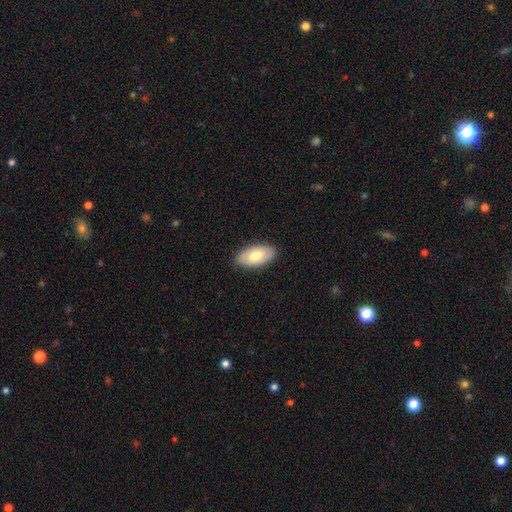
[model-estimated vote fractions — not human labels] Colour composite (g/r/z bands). It shows a smooth galaxy with no disk features (74%) that is in between round and cigar-shaped (95%). Merging: none (88%).